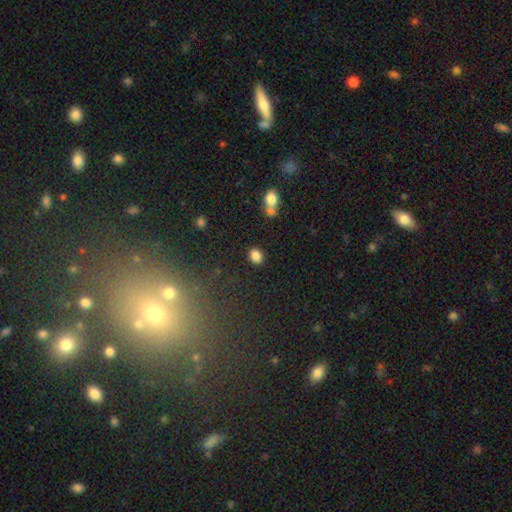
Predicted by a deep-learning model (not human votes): This is clearly a smooth galaxy (84%). How rounded: possibly round (51%). Merging: clearly none (81%).